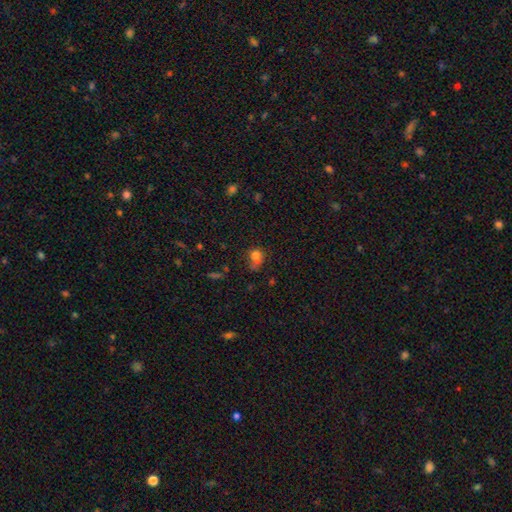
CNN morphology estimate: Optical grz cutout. It shows a smooth galaxy with no disk features (74%) that is round (57%). Merging: none (37%).